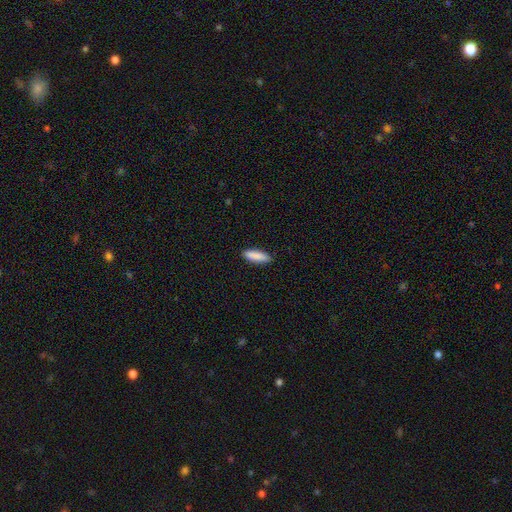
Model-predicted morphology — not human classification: A smooth galaxy with no disk features (89%) that is in between round and cigar-shaped (50%).

Vote fractions:
- Smooth or featured? smooth: 89% / star or artifact: 6% / featured or disk: 5%
- How rounded? in between: 50% / cigar-shaped: 48% / round: 2%
- Merging? none: 89% / minor disturbance: 8% / major disturbance: 2% / merger: 1%